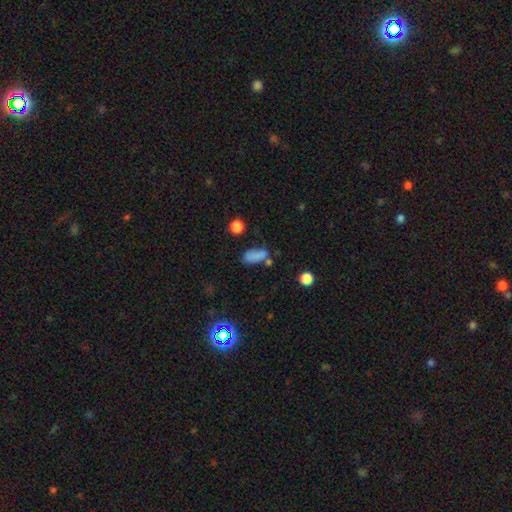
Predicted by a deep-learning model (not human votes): The model was most divided on "merging": none: 55%, minor disturbance: 22%, merger: 13%, major disturbance: 10%. More confident: smooth or featured — smooth (76%); how rounded — in between (76%).